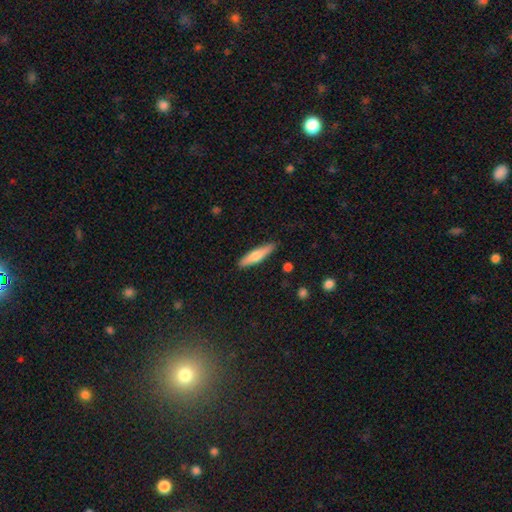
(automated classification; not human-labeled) Q: Smooth or featured?
A: smooth (60%); runner-up: featured or disk (35%)
Q: How rounded?
A: cigar-shaped (81%); runner-up: in between (17%)
Q: Merging?
A: none (88%); runner-up: minor disturbance (9%)